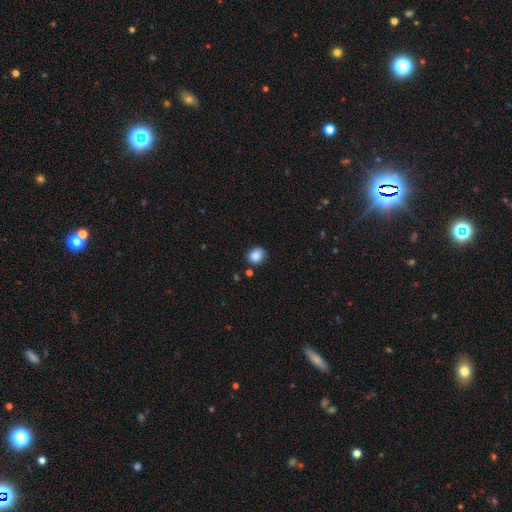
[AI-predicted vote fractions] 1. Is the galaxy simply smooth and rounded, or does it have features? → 86% smooth, 9% star or artifact, 4% featured or disk.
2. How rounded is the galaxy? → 64% round, 35% in between, 1% cigar-shaped.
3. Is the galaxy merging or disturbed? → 79% none, 15% minor disturbance, 3% merger, 3% major disturbance.